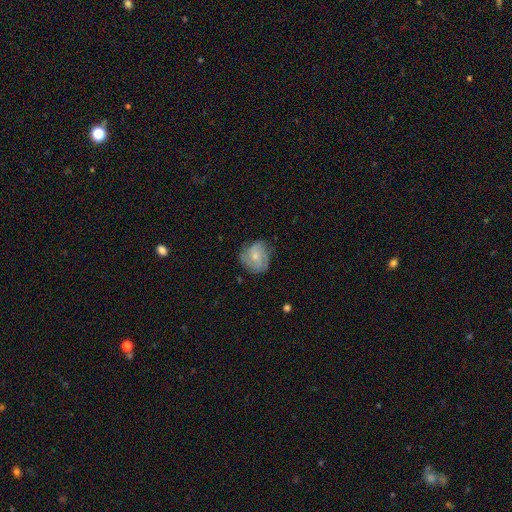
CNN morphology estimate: Q: Smooth or featured?
A: featured or disk (56%); runner-up: smooth (37%)
Q: Edge-on disk?
A: no (98%); runner-up: yes (2%)
Q: Bar?
A: no (70%); runner-up: weak (26%)
Q: Spiral arms?
A: yes (83%); runner-up: no (17%)
Q: Bulge size?
A: small (61%); runner-up: moderate (34%)
Q: Merging?
A: none (65%); runner-up: minor disturbance (25%)